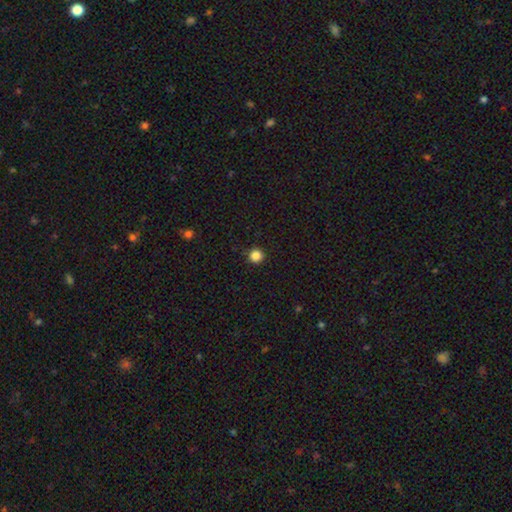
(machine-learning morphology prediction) Smooth or featured?
  - smooth: 85% *
  - star or artifact: 12%
  - featured or disk: 3%
How rounded?
  - round: 96% *
  - in between: 3%
  - cigar-shaped: 1%
Merging?
  - none: 92% *
  - minor disturbance: 6%
  - major disturbance: 2%
  - merger: 1%